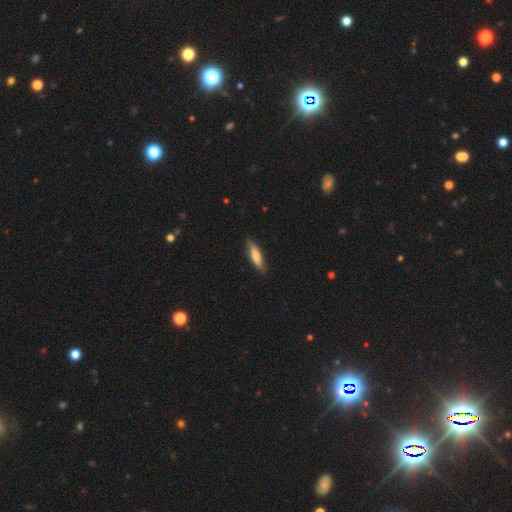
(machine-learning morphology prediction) Smooth or featured?
  - smooth: 70% *
  - featured or disk: 24%
  - star or artifact: 6%
How rounded?
  - cigar-shaped: 66% *
  - in between: 33%
  - round: 2%
Merging?
  - none: 82% *
  - minor disturbance: 14%
  - major disturbance: 2%
  - merger: 1%